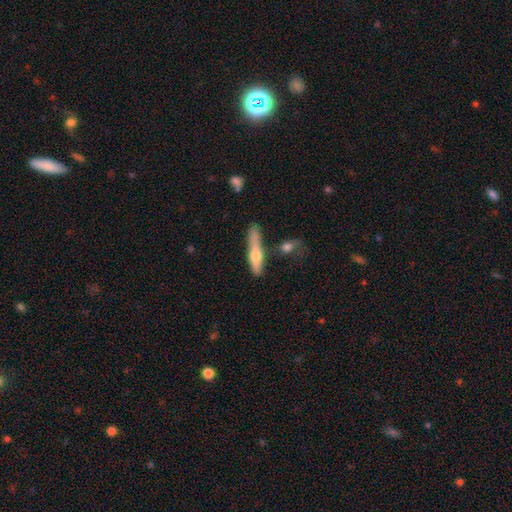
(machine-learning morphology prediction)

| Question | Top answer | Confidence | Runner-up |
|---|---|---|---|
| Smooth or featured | smooth | 50% | featured or disk (44%) |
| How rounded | cigar-shaped | 82% | in between (15%) |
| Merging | none | 58% | minor disturbance (20%) |